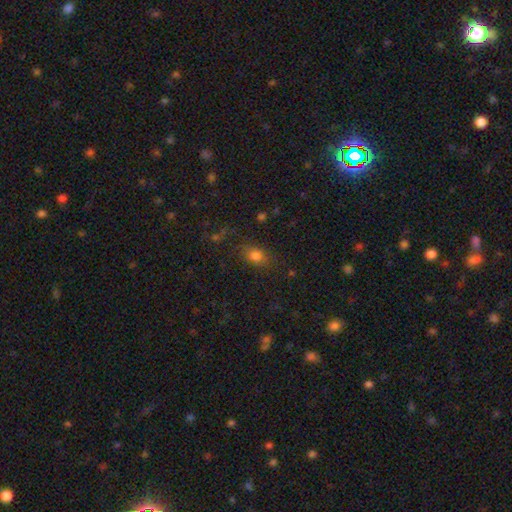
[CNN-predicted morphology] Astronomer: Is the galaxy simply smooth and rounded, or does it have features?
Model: smooth — 76%.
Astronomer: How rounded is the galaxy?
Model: in between — 69%.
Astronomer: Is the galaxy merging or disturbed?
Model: none — 75%.